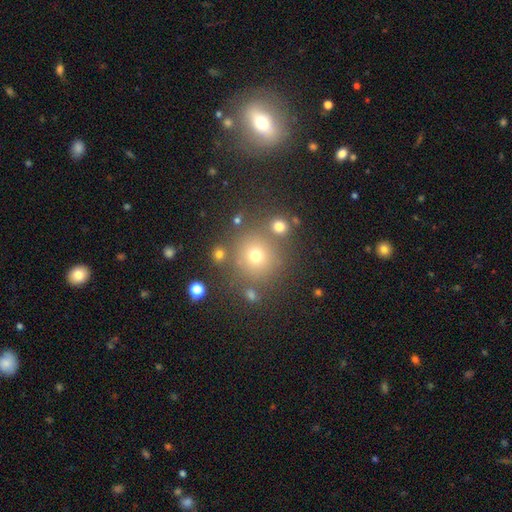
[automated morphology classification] Smooth or featured? smooth (69%)
How rounded? round (93%)
Merging? none (77%)